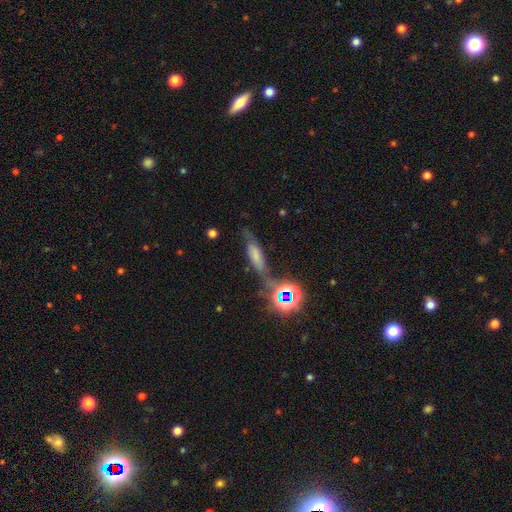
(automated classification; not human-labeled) Smooth or featured? smooth (47%)
Merging? none (51%)